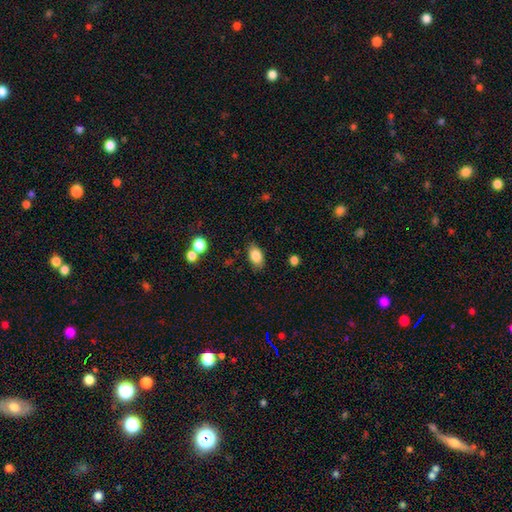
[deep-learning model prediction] smooth-or-featured: smooth: 85% | star or artifact: 8% | featured or disk: 7%
  how-rounded: in between: 89% | round: 9% | cigar-shaped: 2%
  merging: none: 81% | minor disturbance: 14% | major disturbance: 3% | merger: 2%